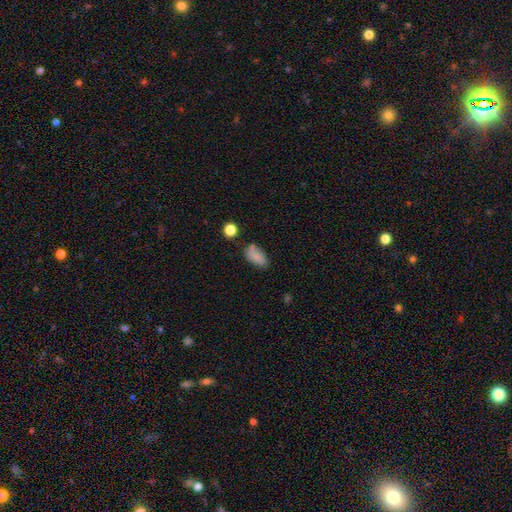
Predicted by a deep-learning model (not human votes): The model was most divided on "merging": none: 62%, minor disturbance: 25%, major disturbance: 7%, merger: 6%. More confident: how rounded — in between (89%); smooth or featured — smooth (80%).